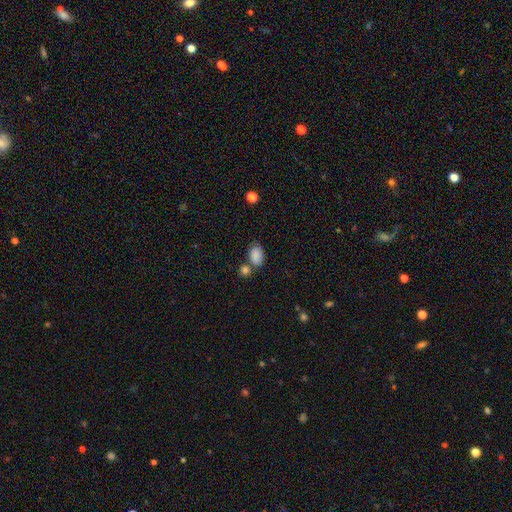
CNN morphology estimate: A smooth galaxy with no disk features (86%) that is in between round and cigar-shaped (86%). Merging: none (55%).